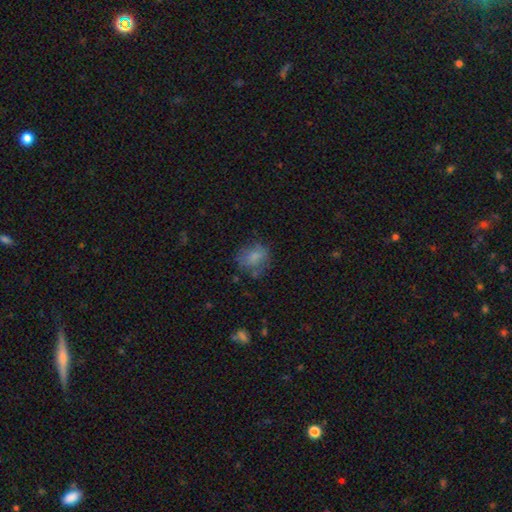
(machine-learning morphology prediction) smooth_or_featured: smooth (p=0.67) [alt: featured or disk p=0.20]
how_rounded: round (p=0.58) [alt: in between p=0.41]
merging: none (p=0.65) [alt: minor disturbance p=0.21]